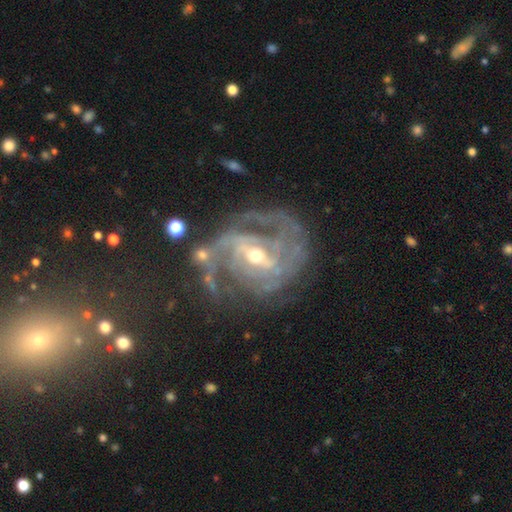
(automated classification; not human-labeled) The model was most divided on "bar": weak: 43%, strong: 41%, no: 17%. Remaining: edge-on disk — no (97%); spiral arms — yes (96%); smooth or featured — featured or disk (90%); merging — none (56%); bulge size — moderate (49%); spiral winding — medium (44%); spiral arm count — 2 (41%).